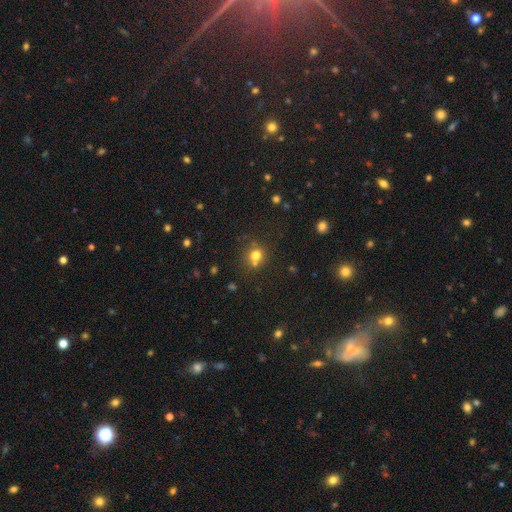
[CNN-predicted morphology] Smooth or featured? Predicted: smooth (p=0.74). How rounded? Predicted: round (p=0.86). Merging? Predicted: none (p=0.59).